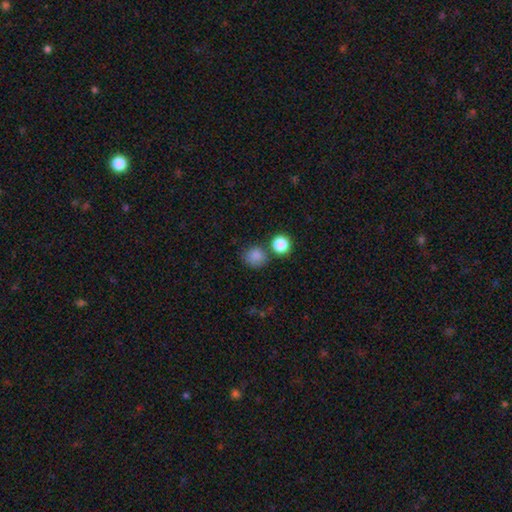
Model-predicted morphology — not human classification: Smooth or featured?
  - smooth: 83% *
  - star or artifact: 12%
  - featured or disk: 5%
How rounded?
  - round: 86% *
  - in between: 13%
  - cigar-shaped: 1%
Merging?
  - none: 69% *
  - merger: 14%
  - minor disturbance: 13%
  - major disturbance: 5%